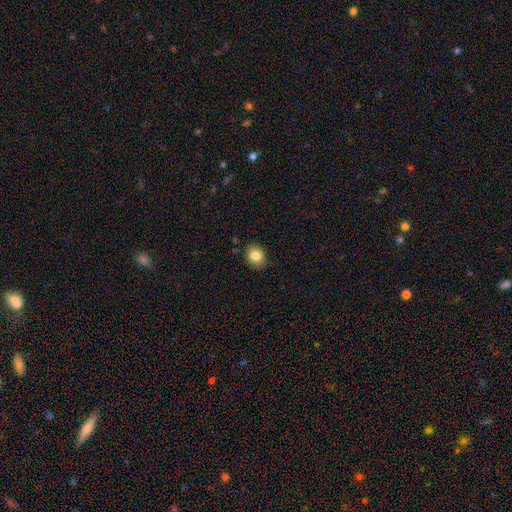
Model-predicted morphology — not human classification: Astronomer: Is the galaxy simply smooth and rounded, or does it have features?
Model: smooth — 82%.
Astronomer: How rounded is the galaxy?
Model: round — 61% (runner-up: in between, 38%).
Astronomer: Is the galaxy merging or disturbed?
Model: none — 87%.